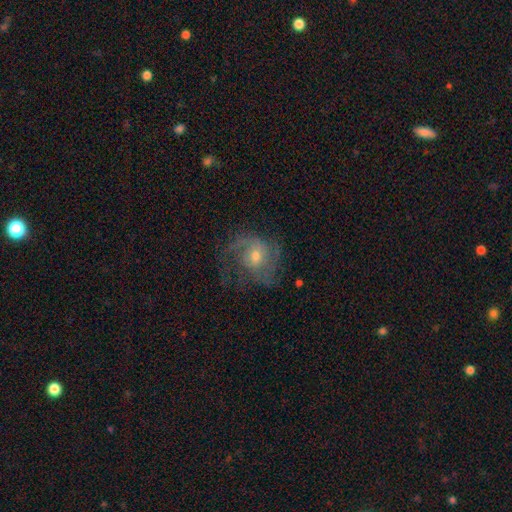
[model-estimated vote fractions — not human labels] A featured or disk galaxy (72%) with no bar (68%), 2 (36%) medium (44%) spiral arms (88%) and a moderate central bulge (53%). Merging: none (58%).